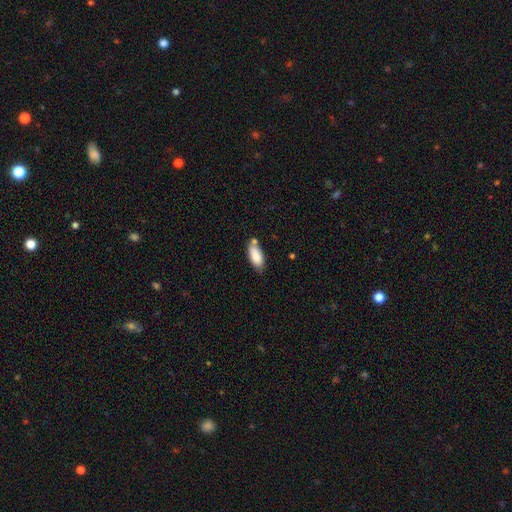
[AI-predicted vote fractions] Overall: smooth (85%). How rounded: in between (85%). Merging: none (58%; minor disturbance 22%).